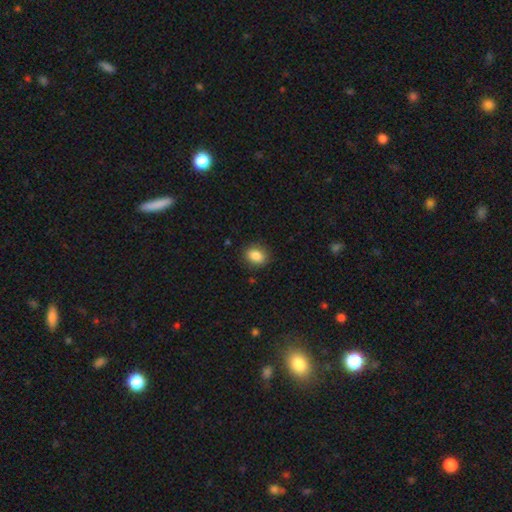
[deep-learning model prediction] Smooth or featured? smooth (86%)
How rounded? in between (63%)
Merging? none (86%)